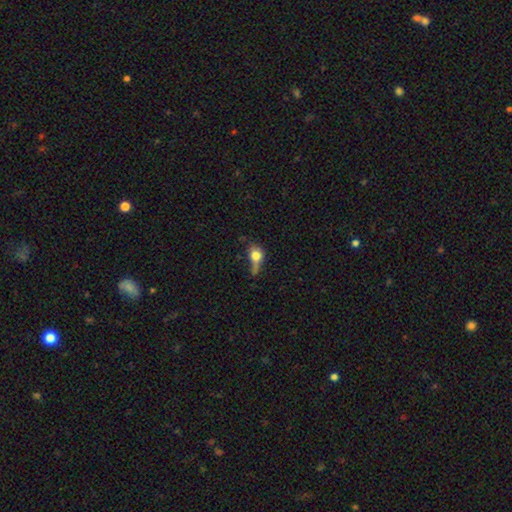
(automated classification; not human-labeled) Overall: smooth (69%). How rounded: in between (47%, tied with round). Merging: major disturbance (35%; minor disturbance 26%).